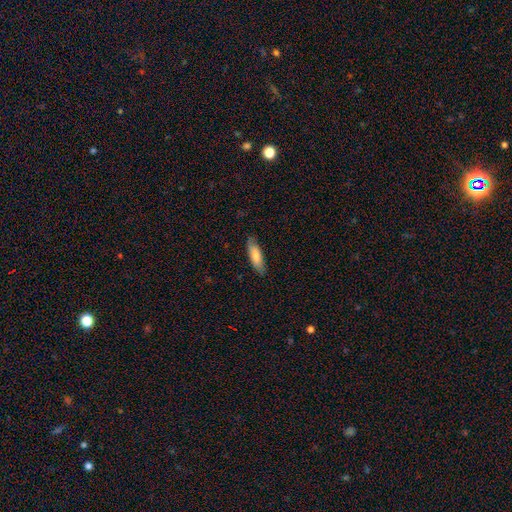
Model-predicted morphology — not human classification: smooth_or_featured: smooth (p=0.78) [alt: featured or disk p=0.16]
how_rounded: in between (p=0.50) [alt: cigar-shaped p=0.49]
merging: none (p=0.82) [alt: minor disturbance p=0.14]